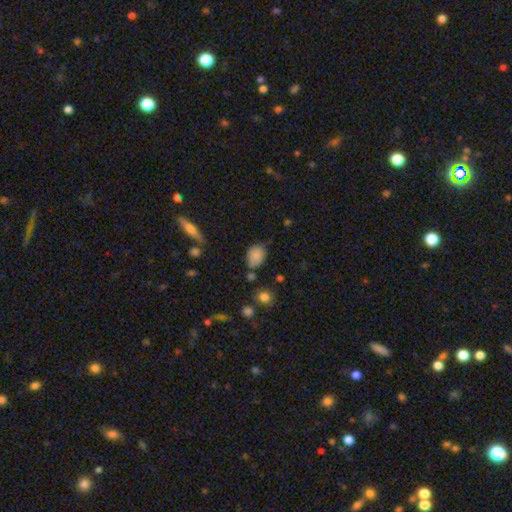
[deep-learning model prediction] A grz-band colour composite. It shows a smooth galaxy with no disk features (82%) that is in between round and cigar-shaped (64%). Merging: none (60%).